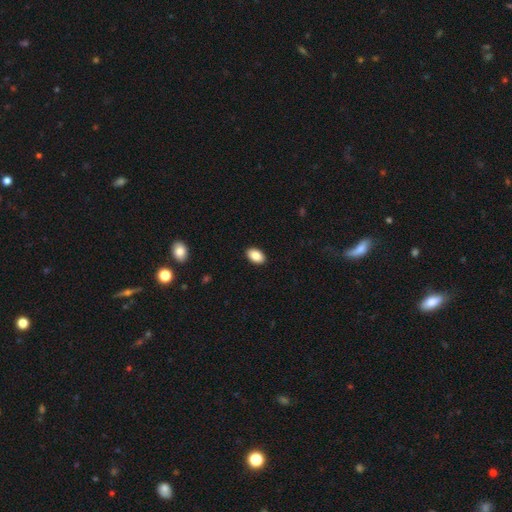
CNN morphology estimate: smooth_or_featured: smooth (p=0.87) [alt: star or artifact p=0.07]
how_rounded: in between (p=0.91) [alt: round p=0.08]
merging: none (p=0.91) [alt: minor disturbance p=0.07]